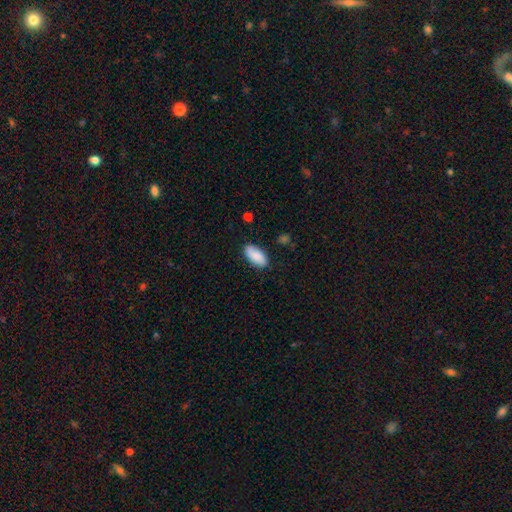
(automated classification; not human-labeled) This is clearly a smooth galaxy (88%). How rounded: clearly in between (92%). Merging: clearly none (84%).